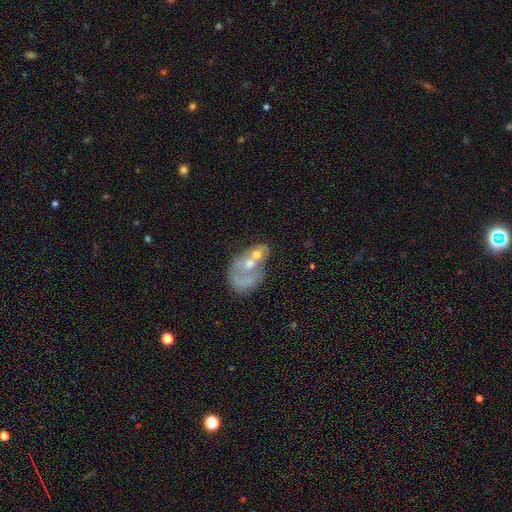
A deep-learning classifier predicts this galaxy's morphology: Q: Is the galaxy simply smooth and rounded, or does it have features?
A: featured or disk — 61%.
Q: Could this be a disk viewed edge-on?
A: no — 97%.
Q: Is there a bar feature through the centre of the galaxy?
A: no — 82%.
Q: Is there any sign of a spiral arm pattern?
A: no — 70%.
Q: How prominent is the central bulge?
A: moderate — 47%.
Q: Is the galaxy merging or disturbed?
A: merger — 54%.